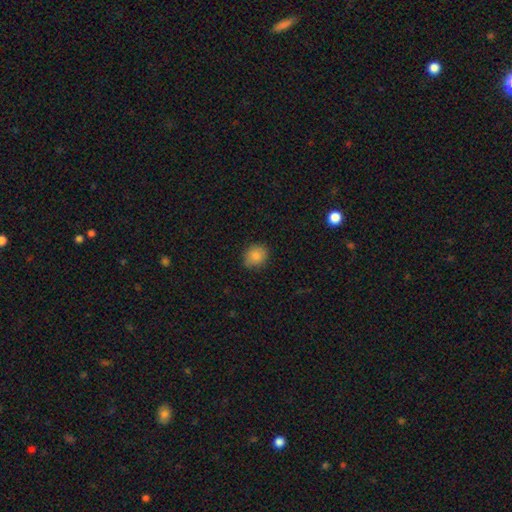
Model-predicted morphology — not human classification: smooth 85%, star or artifact 9%, featured or disk 5%. Down the decision tree: how rounded — round (74%); merging — none (84%).